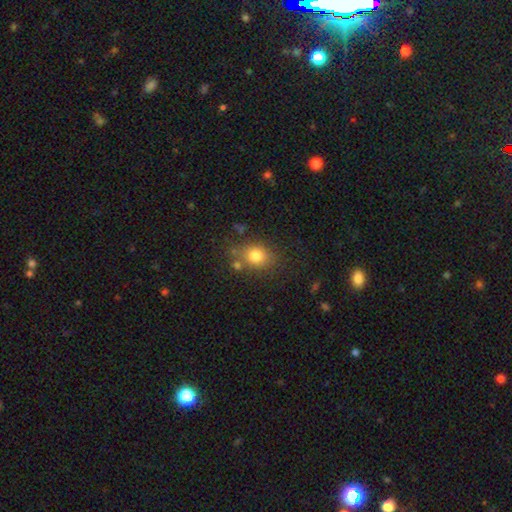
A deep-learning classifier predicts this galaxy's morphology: The model was most divided on "how rounded": round: 54%, in between: 44%, cigar-shaped: 1%. More confident: smooth or featured — smooth (78%); merging — none (69%).